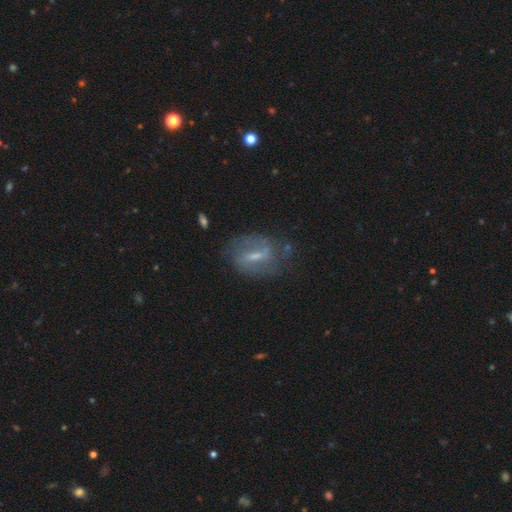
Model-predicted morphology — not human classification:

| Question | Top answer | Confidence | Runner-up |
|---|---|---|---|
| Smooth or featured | featured or disk | 69% | smooth (22%) |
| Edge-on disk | no | 90% | yes (10%) |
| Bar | weak | 45% | strong (41%) |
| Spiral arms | yes | 68% | no (32%) |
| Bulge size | small | 47% | moderate (35%) |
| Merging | none | 65% | minor disturbance (21%) |